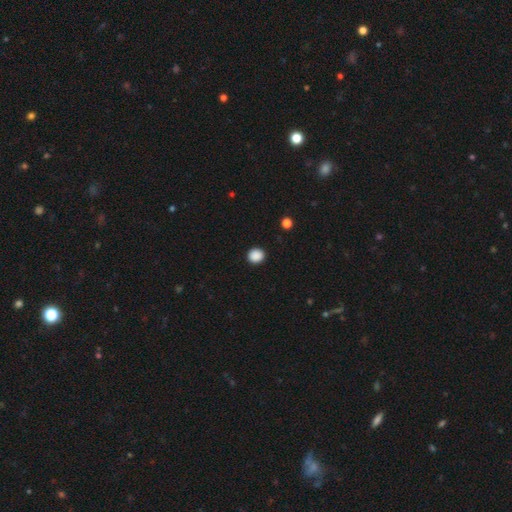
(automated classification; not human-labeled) Smooth or featured: smooth — 88% (star or artifact — 10%)
How rounded: round — 86% (in between — 13%)
Merging: none — 92% (minor disturbance — 5%)